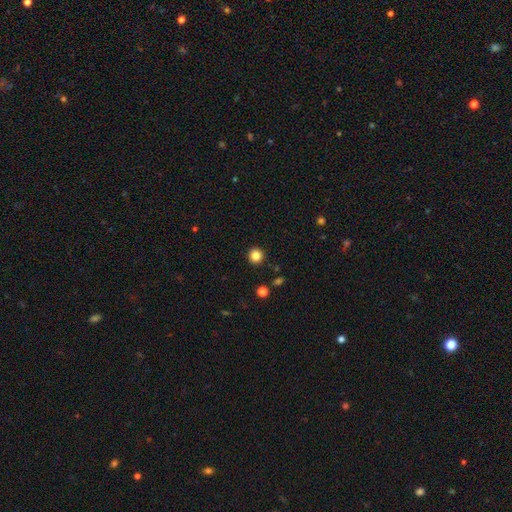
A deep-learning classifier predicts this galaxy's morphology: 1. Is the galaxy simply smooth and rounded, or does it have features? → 84% smooth, 11% star or artifact, 5% featured or disk.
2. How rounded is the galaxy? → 95% round, 4% in between, 1% cigar-shaped.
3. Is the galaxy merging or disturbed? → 93% none, 4% minor disturbance, 2% major disturbance, 1% merger.